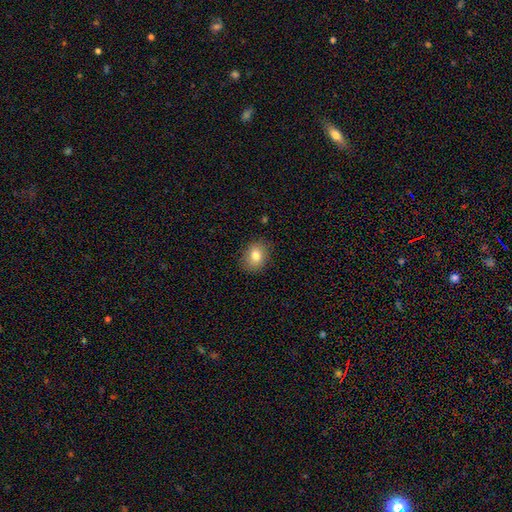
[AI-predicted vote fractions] Morphology: type=smooth (80%); roundness=round (52%); merging=none (86%).